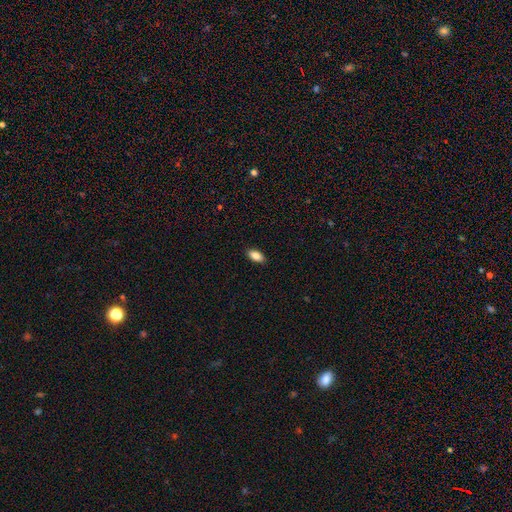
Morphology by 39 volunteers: This is clearly a smooth galaxy (92%). How rounded: clearly in between (97%). Merging: clearly none (92%).